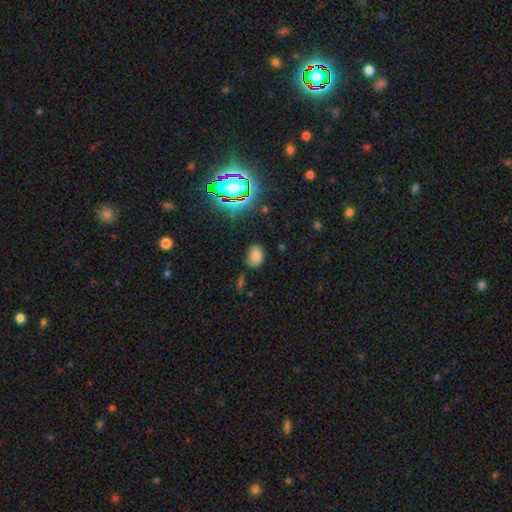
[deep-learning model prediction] smooth 71%, star or artifact 19%, featured or disk 10%. Down the decision tree: how rounded — in between (69%); merging — none (66%).